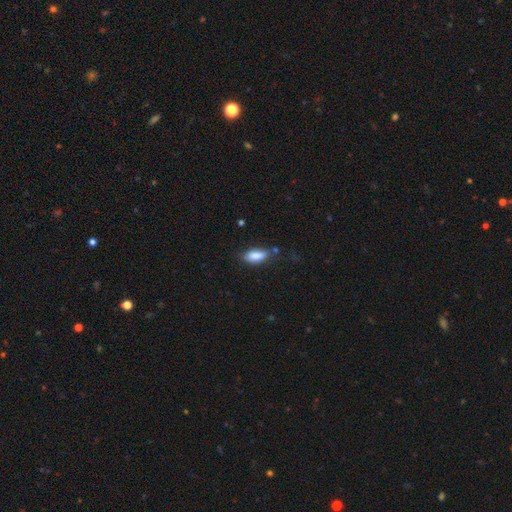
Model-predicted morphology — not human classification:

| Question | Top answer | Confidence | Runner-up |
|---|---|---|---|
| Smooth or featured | smooth | 84% | featured or disk (9%) |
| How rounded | in between | 82% | cigar-shaped (15%) |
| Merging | none | 62% | minor disturbance (25%) |